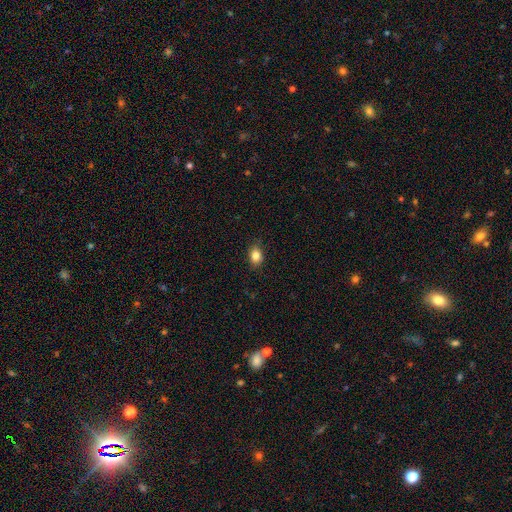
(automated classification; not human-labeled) smooth-or-featured: smooth: 85% | star or artifact: 10% | featured or disk: 5%
  how-rounded: in between: 64% | round: 35% | cigar-shaped: 1%
  merging: none: 84% | minor disturbance: 13% | major disturbance: 3% | merger: 1%